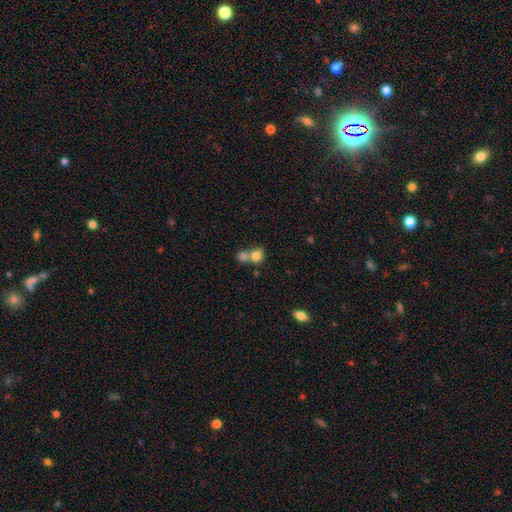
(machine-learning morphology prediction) The model was most divided on "merging": merger: 57%, none: 31%, minor disturbance: 8%, major disturbance: 4%. More confident: smooth or featured — smooth (79%); how rounded — round (67%).